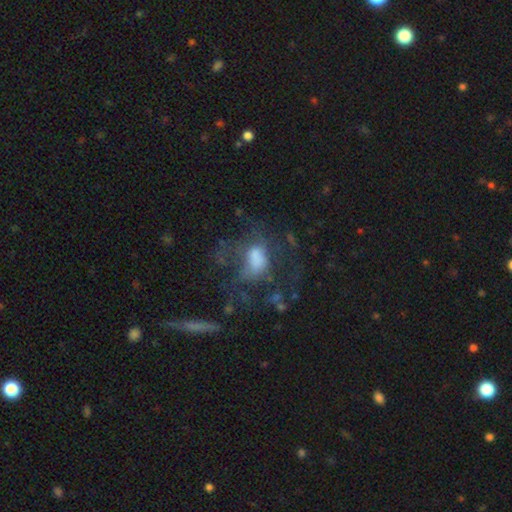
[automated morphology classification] Smooth or featured? featured or disk (44%)
Merging? major disturbance (46%)